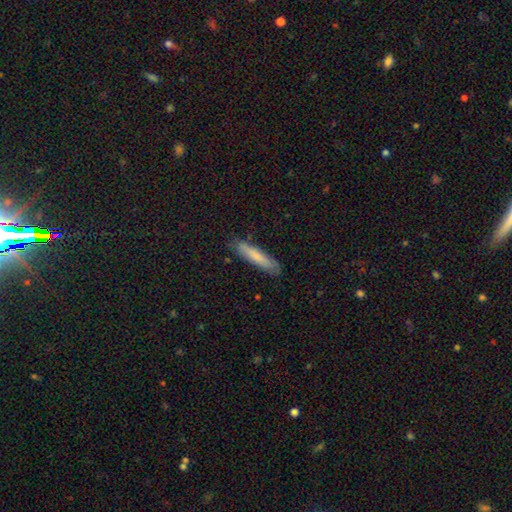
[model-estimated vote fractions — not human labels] The model was most divided on "smooth or featured": smooth: 76%, featured or disk: 18%, star or artifact: 6%. More confident: how rounded — cigar-shaped (88%); merging — none (83%).